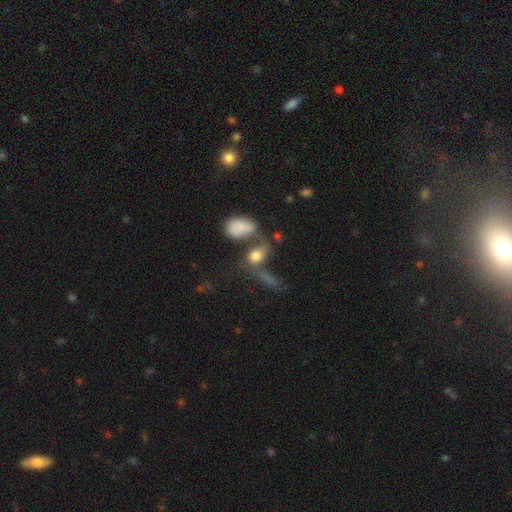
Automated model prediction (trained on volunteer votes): Smooth or featured? smooth (58%)
How rounded? in between (60%)
Merging? merger (39%)